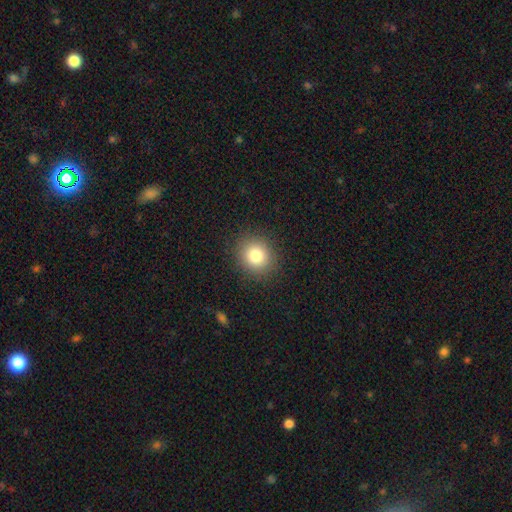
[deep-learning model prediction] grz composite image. It shows a smooth galaxy with no disk features (81%) that is round (86%). Merging: none (90%).